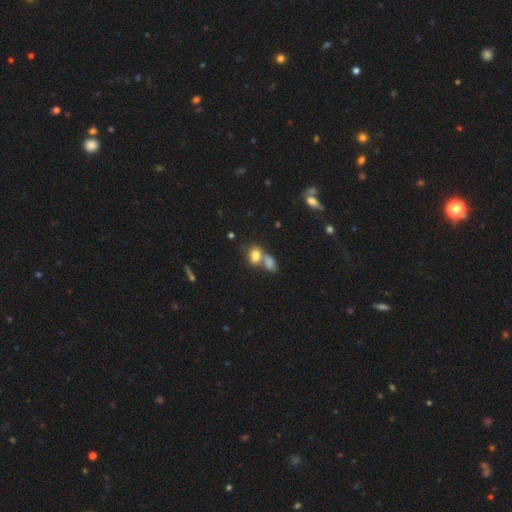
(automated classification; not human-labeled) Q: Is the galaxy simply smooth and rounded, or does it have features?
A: smooth — 79%.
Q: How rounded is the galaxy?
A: in between — 73%.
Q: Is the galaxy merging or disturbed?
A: merger — 53%.